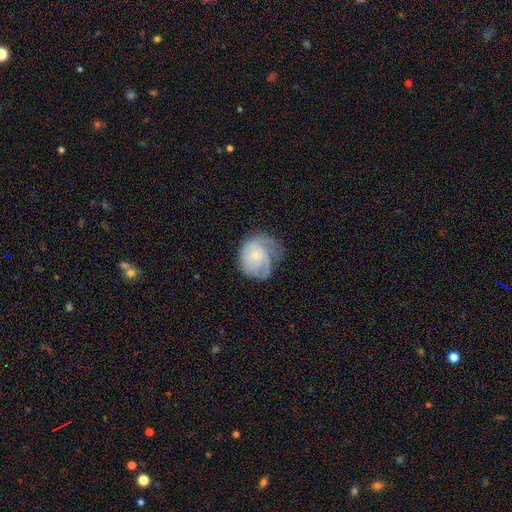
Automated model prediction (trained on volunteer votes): smooth_or_featured: featured or disk (p=0.63) [alt: smooth p=0.30]
disk_edge_on: no (p=0.98) [alt: yes p=0.02]
bar: no (p=0.76) [alt: weak p=0.21]
has_spiral_arms: yes (p=0.86) [alt: no p=0.14]
spiral_winding: tight (p=0.47) [alt: medium p=0.37]
spiral_arm_count: can't tell (p=0.34) [alt: 2 p=0.23]
bulge_size: small (p=0.70) [alt: moderate p=0.22]
merging: none (p=0.44) [alt: minor disturbance p=0.29]